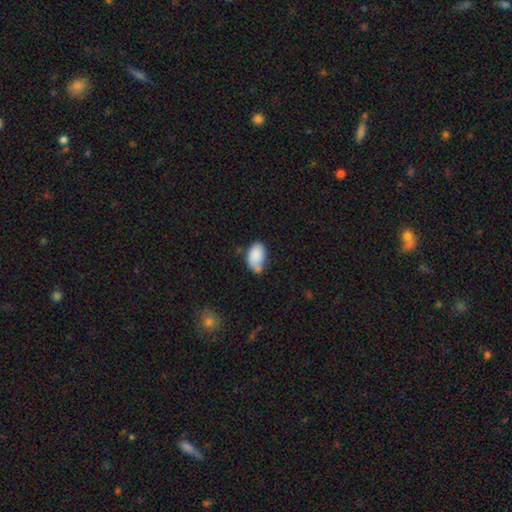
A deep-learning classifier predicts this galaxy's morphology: smooth 85%, featured or disk 8%, star or artifact 7%. Down the decision tree: how rounded — in between (91%); merging — none (51%).